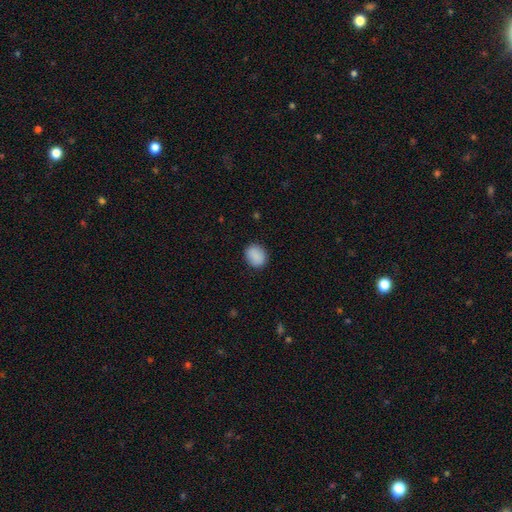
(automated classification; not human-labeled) smooth 89%, star or artifact 8%, featured or disk 4%. Down the decision tree: how rounded — round (60%); merging — none (86%).